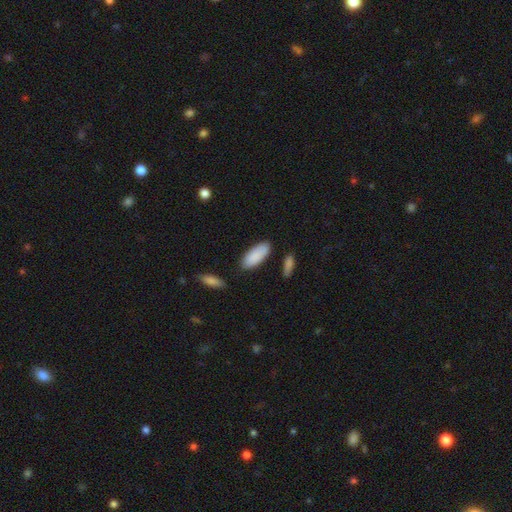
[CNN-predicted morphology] Overall: smooth (89%). How rounded: in between (83%). Merging: none (79%).